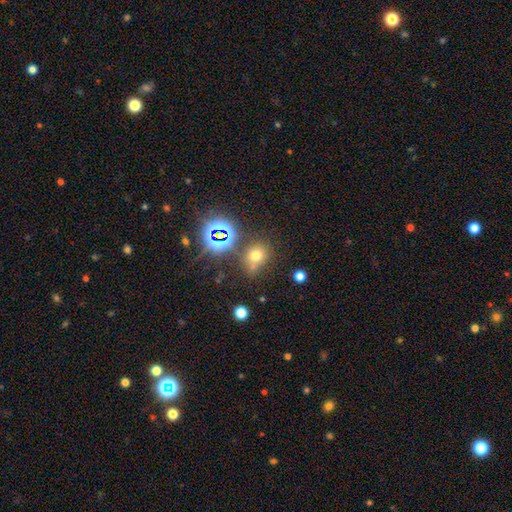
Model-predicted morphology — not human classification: smooth_or_featured: smooth (p=0.62) [alt: star or artifact p=0.27]
how_rounded: round (p=0.67) [alt: in between p=0.32]
merging: none (p=0.67) [alt: minor disturbance p=0.16]